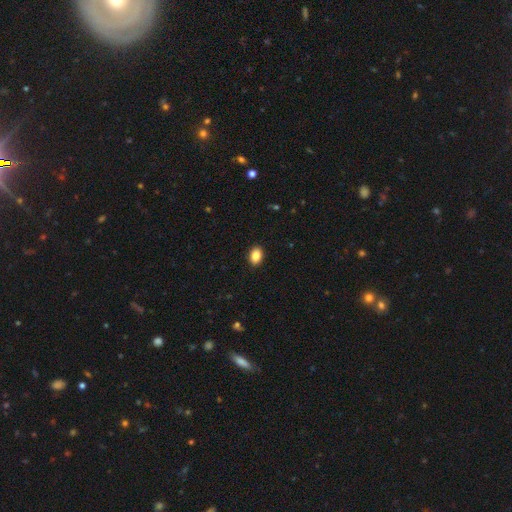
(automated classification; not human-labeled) Smooth or featured?
  - smooth: 88% *
  - star or artifact: 8%
  - featured or disk: 4%
How rounded?
  - in between: 82% *
  - round: 17%
  - cigar-shaped: 1%
Merging?
  - none: 91% *
  - minor disturbance: 7%
  - major disturbance: 2%
  - merger: 1%